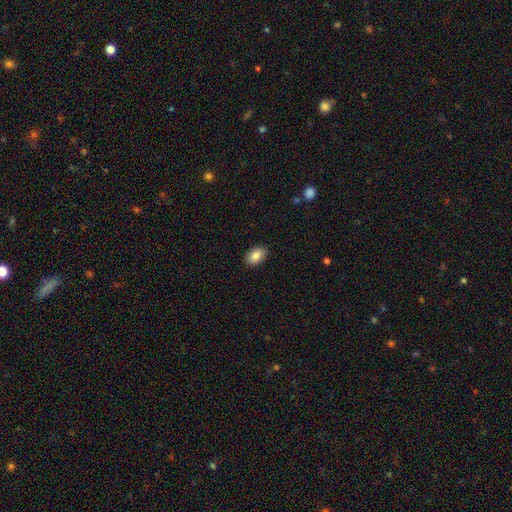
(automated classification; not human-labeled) Smooth or featured? Predicted: smooth (p=0.83). How rounded? Predicted: in between (p=0.89). Merging? Predicted: none (p=0.88).